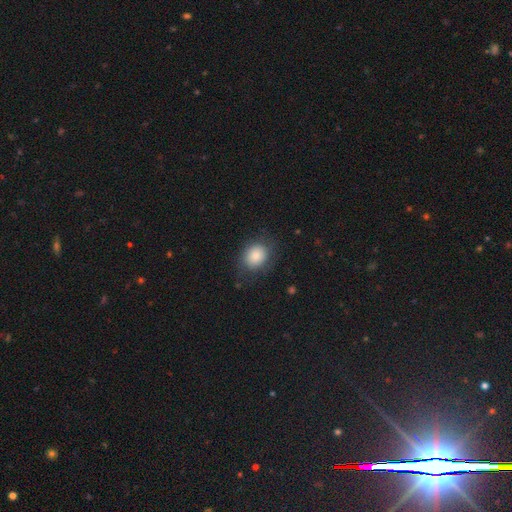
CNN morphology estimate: A smooth galaxy with no disk features (83%) that is round (61%).

Vote fractions:
- Smooth or featured? smooth: 83% / star or artifact: 8% / featured or disk: 8%
- How rounded? round: 61% / in between: 38% / cigar-shaped: 1%
- Merging? none: 76% / minor disturbance: 16% / major disturbance: 7% / merger: 1%